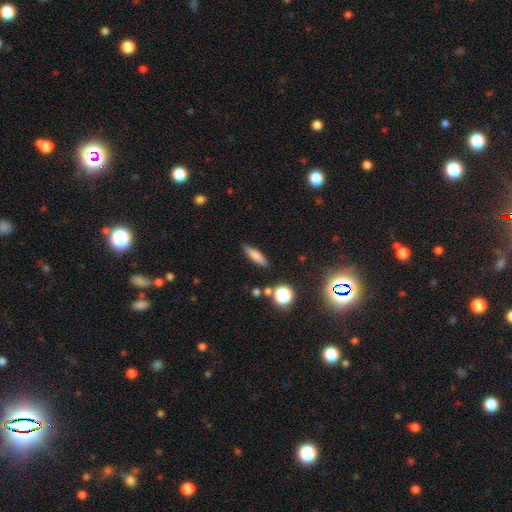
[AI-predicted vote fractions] This is likely a smooth galaxy (73%). How rounded: likely cigar-shaped (63%). Merging: clearly none (85%).